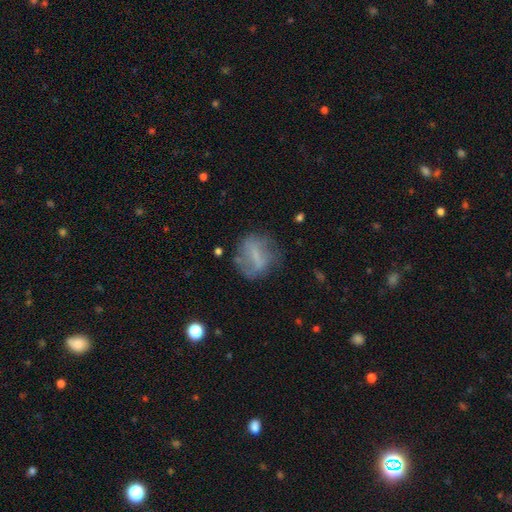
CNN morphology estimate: Q: Smooth or featured?
A: featured or disk (47%); runner-up: smooth (42%)
Q: Merging?
A: none (62%); runner-up: minor disturbance (21%)